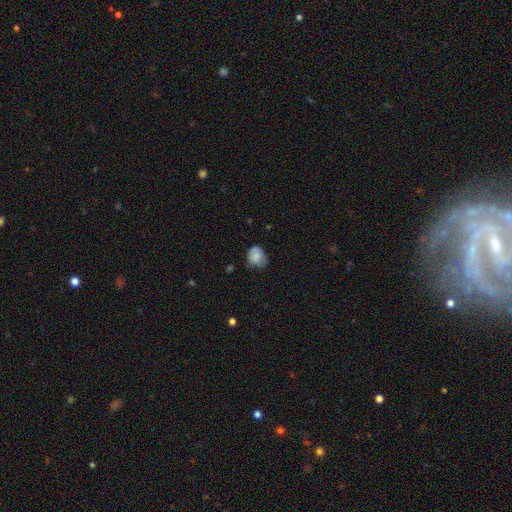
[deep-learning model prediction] Smooth or featured? smooth (80%)
How rounded? round (59%)
Merging? none (57%)